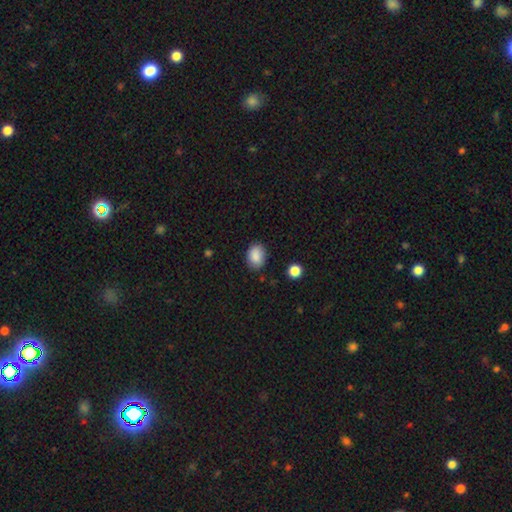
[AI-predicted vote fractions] Smooth or featured? Predicted: smooth (p=0.88). How rounded? Predicted: in between (p=0.67). Merging? Predicted: none (p=0.82).